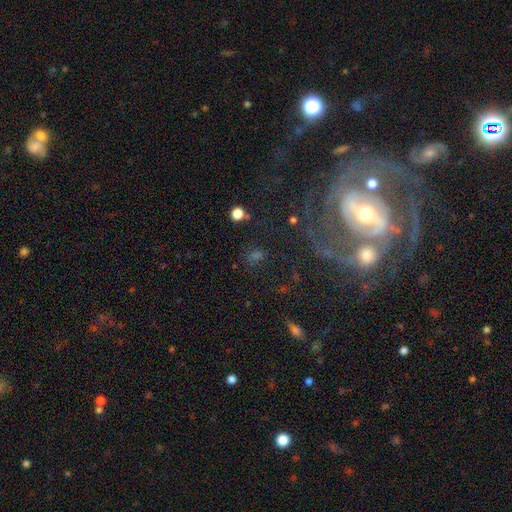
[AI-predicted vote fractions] This is marginally a smooth galaxy (38%). Merging: likely none (72%).